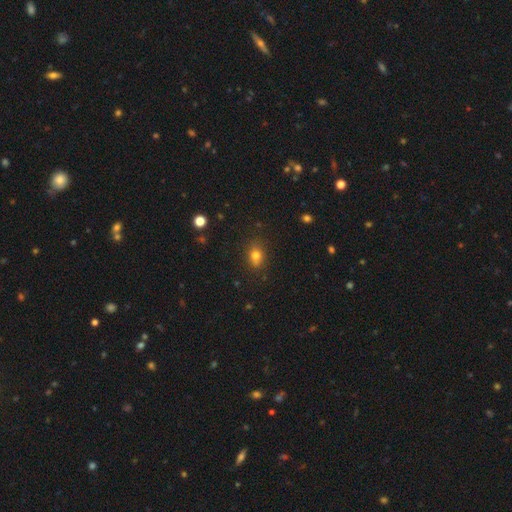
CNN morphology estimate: Smooth or featured: smooth — 77% (star or artifact — 14%)
How rounded: in between — 55% (round — 44%)
Merging: none — 77% (minor disturbance — 15%)